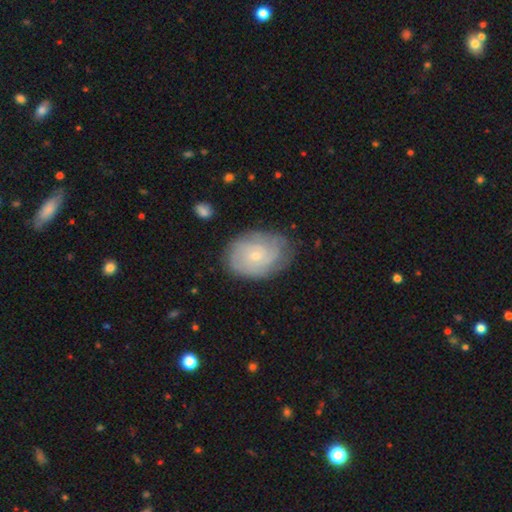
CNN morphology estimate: This appears to be a featured or disk galaxy (68%) with no bar (76%), tight (65%) spiral arms (88%) and a small central bulge (75%). Merging: none (72%).